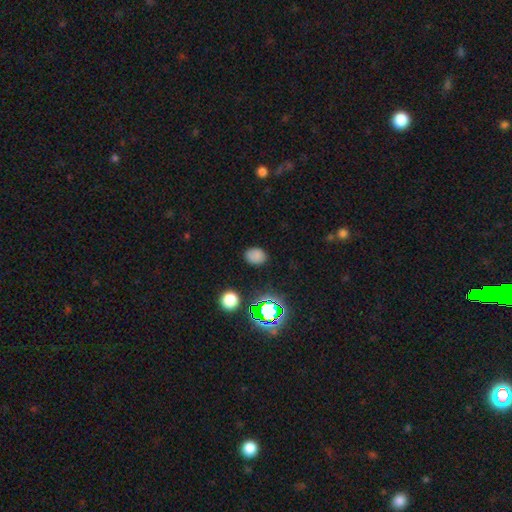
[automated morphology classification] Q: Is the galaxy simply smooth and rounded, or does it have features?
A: smooth — 77%.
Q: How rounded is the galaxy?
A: in between — 56%.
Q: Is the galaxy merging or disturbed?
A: none — 83%.